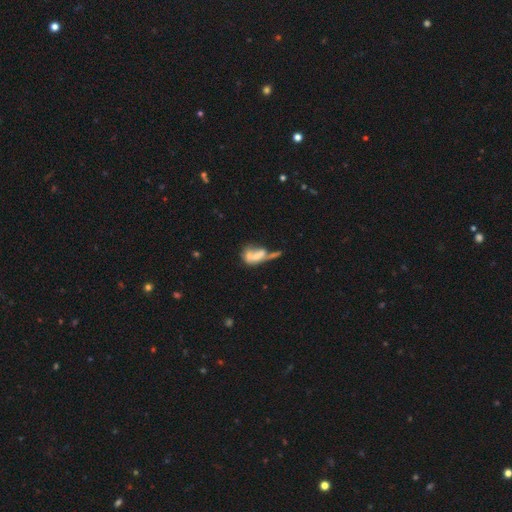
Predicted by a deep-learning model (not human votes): Q: Smooth or featured?
A: smooth (46%); runner-up: featured or disk (42%)
Q: Merging?
A: merger (48%); runner-up: major disturbance (21%)